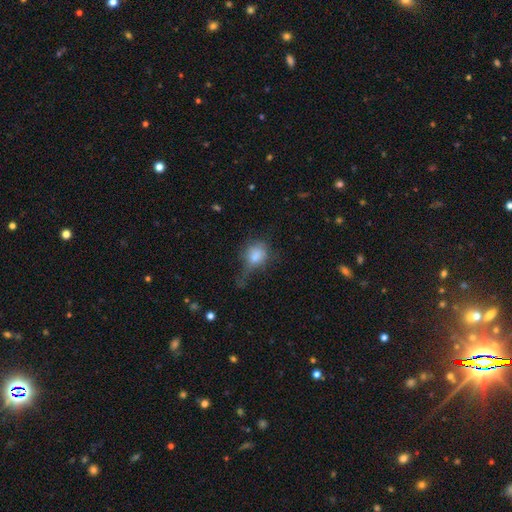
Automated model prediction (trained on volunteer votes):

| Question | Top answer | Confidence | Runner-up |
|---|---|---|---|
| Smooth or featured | smooth | 73% | featured or disk (16%) |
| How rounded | round | 51% | in between (47%) |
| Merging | major disturbance | 41% | minor disturbance (28%) |